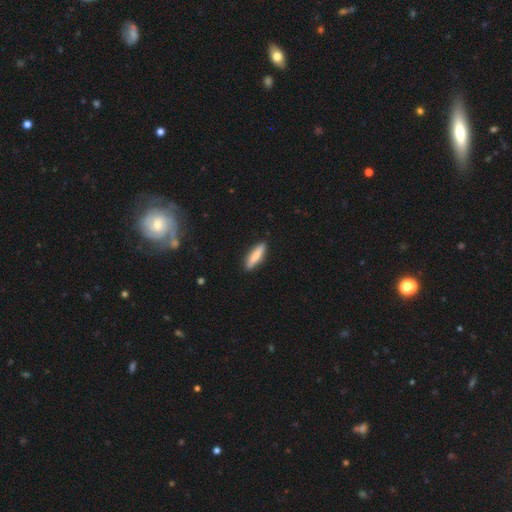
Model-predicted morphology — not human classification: Overall: smooth (81%). How rounded: cigar-shaped (75%). Merging: none (88%).